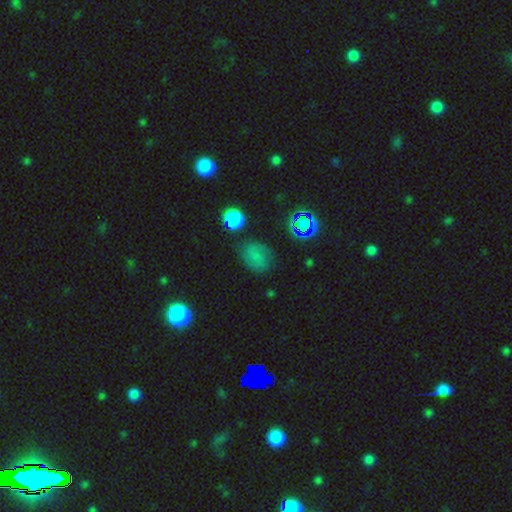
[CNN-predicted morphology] Smooth or featured? smooth (61%)
How rounded? in between (55%)
Merging? none (64%)